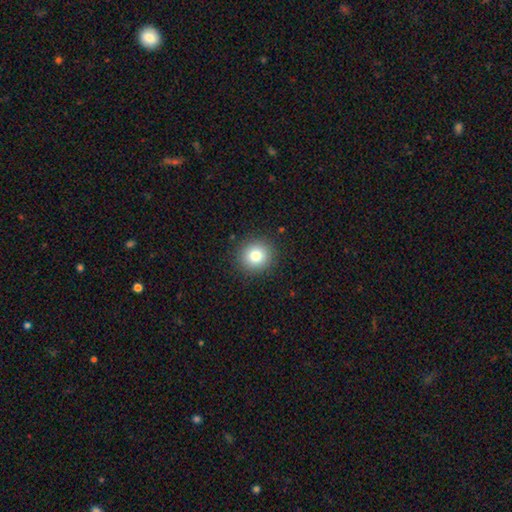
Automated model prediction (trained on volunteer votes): This is clearly a smooth galaxy (80%). How rounded: clearly round (92%). Merging: clearly none (91%).